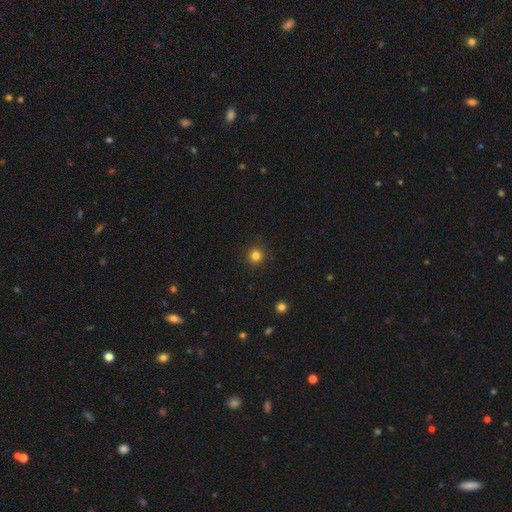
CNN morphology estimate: Smooth or featured? smooth (83%)
How rounded? round (95%)
Merging? none (92%)